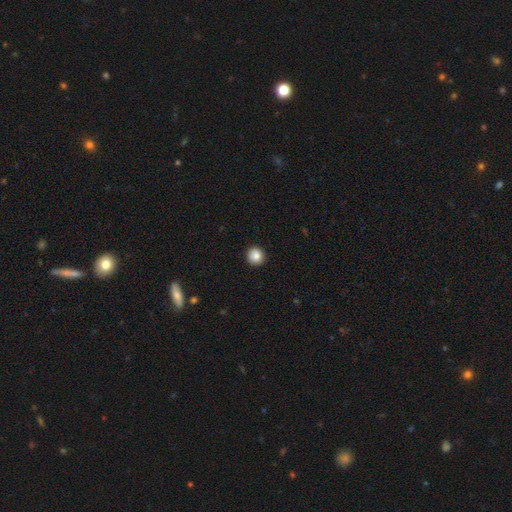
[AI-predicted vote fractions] smooth 86%, star or artifact 9%, featured or disk 5%. Down the decision tree: how rounded — round (92%); merging — none (93%).